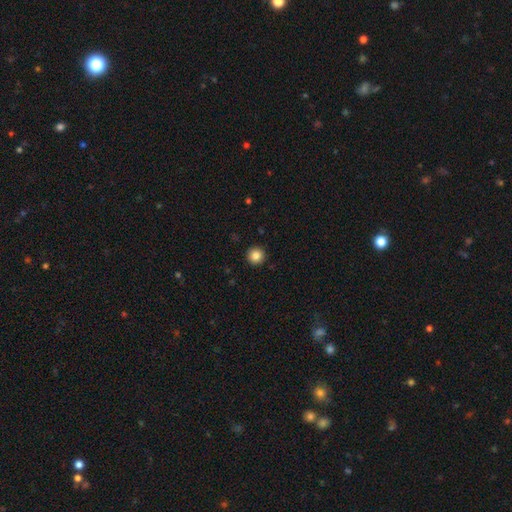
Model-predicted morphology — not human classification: Smooth or featured? smooth (85%)
How rounded? round (96%)
Merging? none (93%)